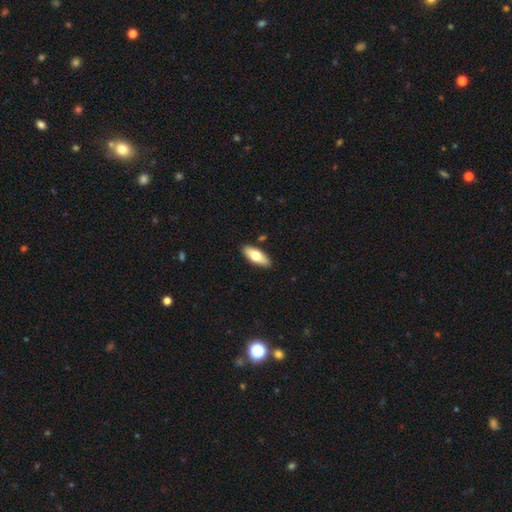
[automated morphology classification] smooth-or-featured: smooth: 66% | featured or disk: 28% | star or artifact: 6%
  how-rounded: in between: 74% | cigar-shaped: 23% | round: 2%
  merging: none: 88% | minor disturbance: 8% | merger: 2% | major disturbance: 2%